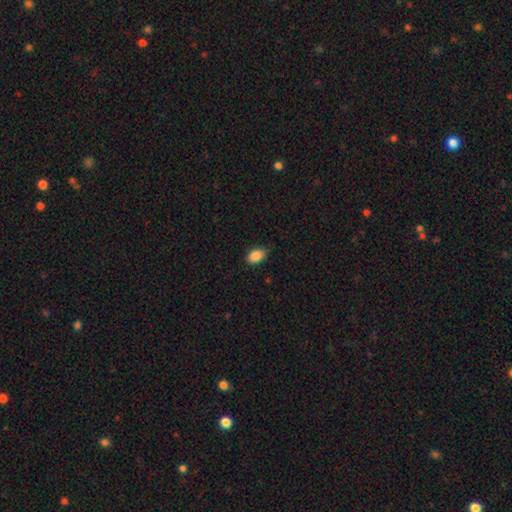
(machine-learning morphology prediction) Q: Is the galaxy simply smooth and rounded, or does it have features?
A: smooth — 88%.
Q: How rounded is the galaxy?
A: in between — 88%.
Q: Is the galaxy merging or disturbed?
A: none — 79%.